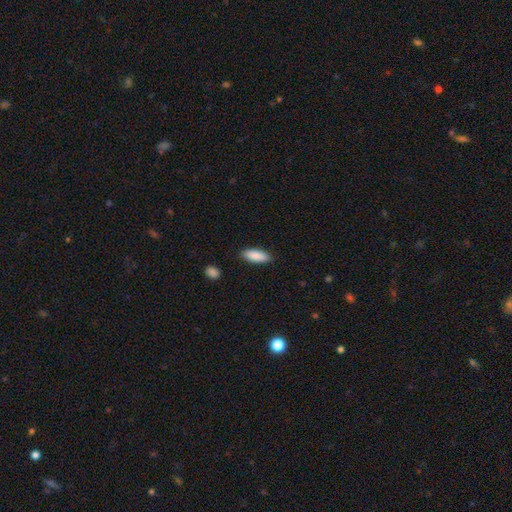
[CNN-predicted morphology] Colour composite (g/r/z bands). It shows a smooth galaxy with no disk features (89%) that is in between round and cigar-shaped (74%). Merging: none (88%).